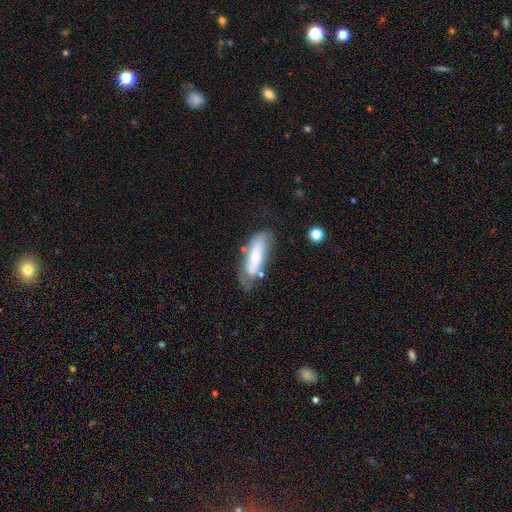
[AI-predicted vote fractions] A smooth galaxy with no disk features (55%) that is in between round and cigar-shaped (52%).

Vote fractions:
- Smooth or featured? smooth: 55% / featured or disk: 38% / star or artifact: 7%
- How rounded? in between: 52% / cigar-shaped: 46% / round: 2%
- Merging? none: 55% / minor disturbance: 27% / major disturbance: 12% / merger: 7%